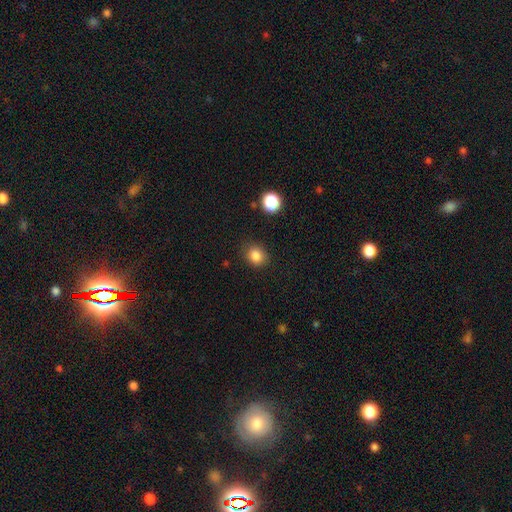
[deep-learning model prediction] Smooth or featured? Predicted: smooth (p=0.84). How rounded? Predicted: round (p=0.68). Merging? Predicted: none (p=0.84).